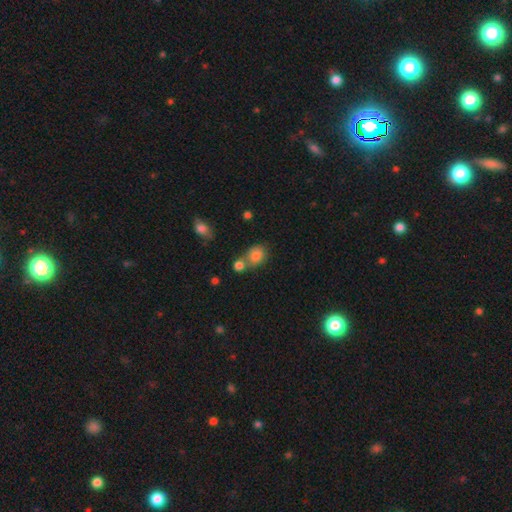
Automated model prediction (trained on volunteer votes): Smooth or featured? Predicted: smooth (p=0.82). How rounded? Predicted: round (p=0.51). Merging? Predicted: none (p=0.48).